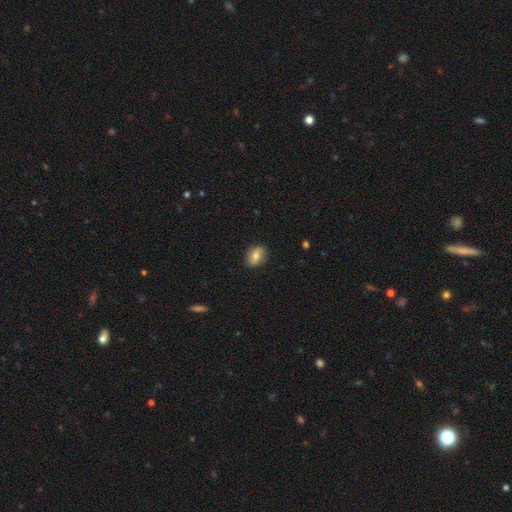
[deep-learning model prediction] A smooth galaxy with no disk features (71%) that is in between round and cigar-shaped (71%). Merging: none (86%).